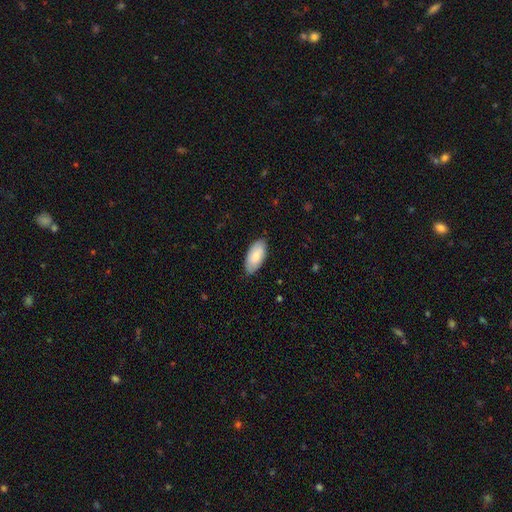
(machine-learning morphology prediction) Smooth or featured: smooth — 79% (featured or disk — 16%)
How rounded: in between — 93% (cigar-shaped — 5%)
Merging: none — 81% (minor disturbance — 16%)